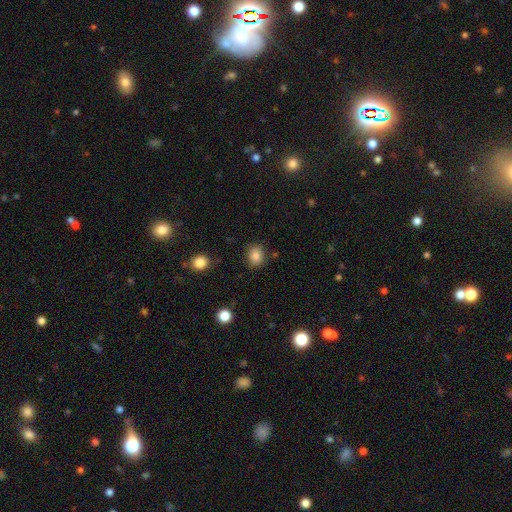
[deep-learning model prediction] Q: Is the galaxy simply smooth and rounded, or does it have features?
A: smooth — 84%.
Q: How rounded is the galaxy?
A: round — 62%.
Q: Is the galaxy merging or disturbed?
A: none — 86%.